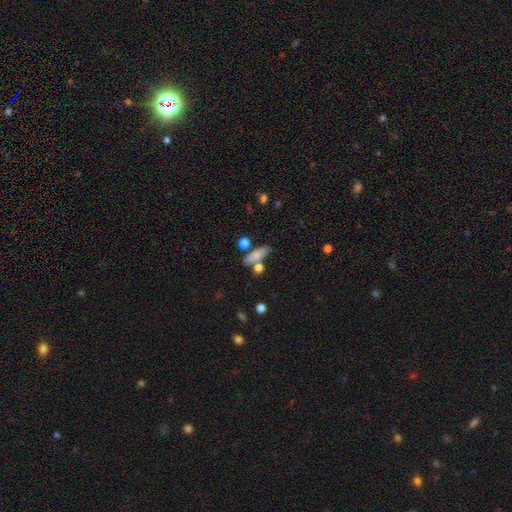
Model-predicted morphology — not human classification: smooth-or-featured: smooth: 76% | featured or disk: 16% | star or artifact: 9%
  how-rounded: cigar-shaped: 53% | in between: 41% | round: 6%
  merging: none: 70% | minor disturbance: 13% | merger: 12% | major disturbance: 4%